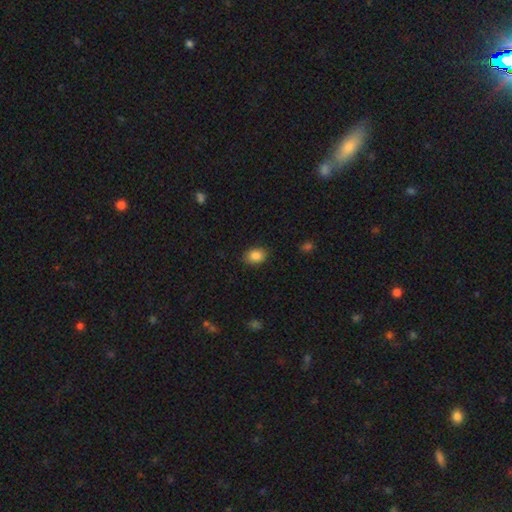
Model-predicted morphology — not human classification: This appears to be a smooth galaxy with no disk features (87%) that is in between round and cigar-shaped (63%). Merging: none (83%).